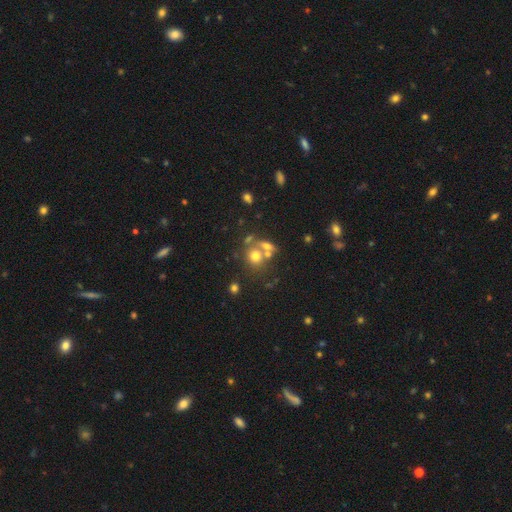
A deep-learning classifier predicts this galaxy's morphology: smooth_or_featured: smooth (p=0.64) [alt: featured or disk p=0.19]
how_rounded: round (p=0.78) [alt: in between p=0.21]
merging: none (p=0.47) [alt: merger p=0.37]